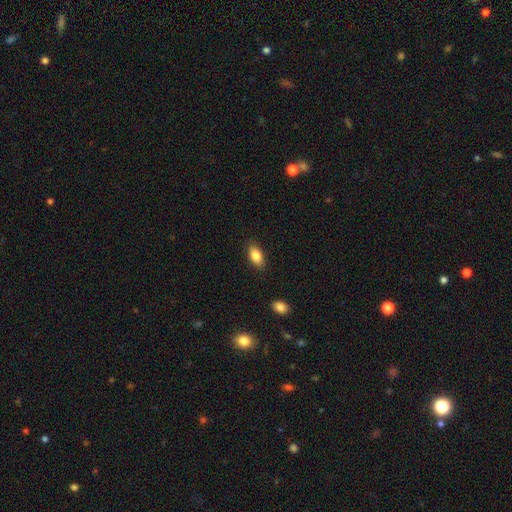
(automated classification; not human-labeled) This is clearly a smooth galaxy (84%). How rounded: clearly in between (90%). Merging: clearly none (87%).